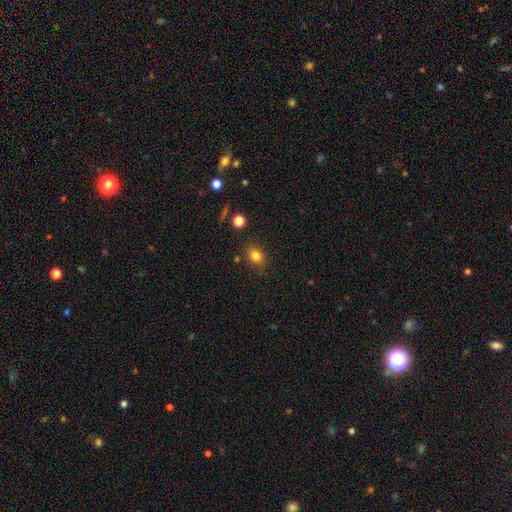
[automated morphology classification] smooth_or_featured: smooth (p=0.81) [alt: star or artifact p=0.12]
how_rounded: in between (p=0.53) [alt: round p=0.46]
merging: none (p=0.78) [alt: minor disturbance p=0.15]